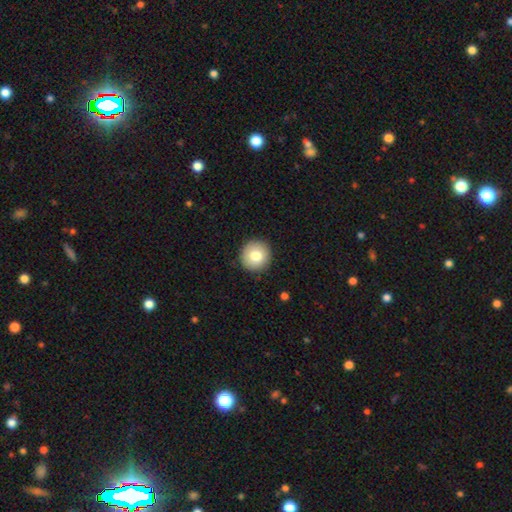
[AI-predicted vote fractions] A smooth galaxy with no disk features (79%) that is round (94%).

Vote fractions:
- Smooth or featured? smooth: 79% / featured or disk: 12% / star or artifact: 9%
- How rounded? round: 94% / in between: 5% / cigar-shaped: 1%
- Merging? none: 91% / minor disturbance: 6% / major disturbance: 2% / merger: 1%